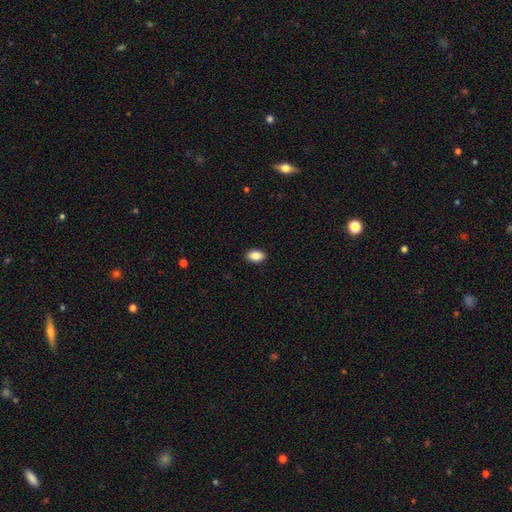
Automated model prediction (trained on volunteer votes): A smooth galaxy with no disk features (88%) that is in between round and cigar-shaped (91%).

Vote fractions:
- Smooth or featured? smooth: 88% / star or artifact: 8% / featured or disk: 5%
- How rounded? in between: 91% / round: 7% / cigar-shaped: 2%
- Merging? none: 90% / minor disturbance: 7% / major disturbance: 2% / merger: 1%